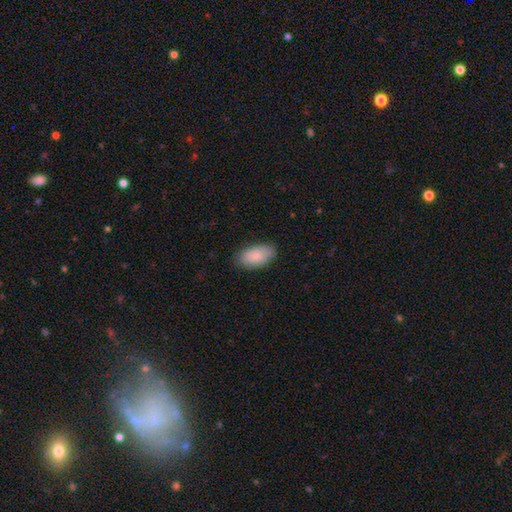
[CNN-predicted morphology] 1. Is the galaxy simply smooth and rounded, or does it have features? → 85% smooth, 8% featured or disk, 6% star or artifact.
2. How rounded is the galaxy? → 94% in between, 3% round, 2% cigar-shaped.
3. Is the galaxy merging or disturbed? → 83% none, 13% minor disturbance, 3% major disturbance, 1% merger.